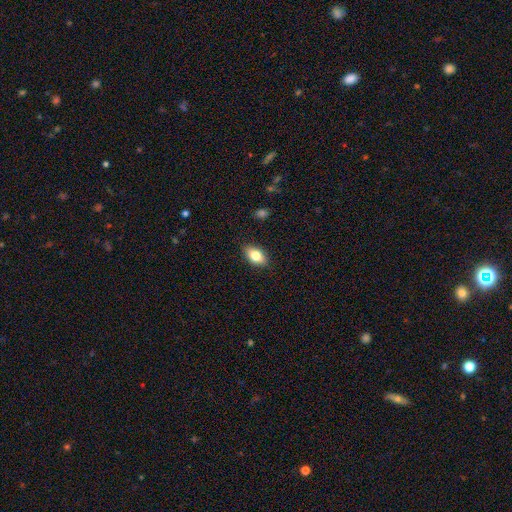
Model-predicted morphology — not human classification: smooth 79%, featured or disk 13%, star or artifact 8%. Down the decision tree: how rounded — in between (89%); merging — none (87%).